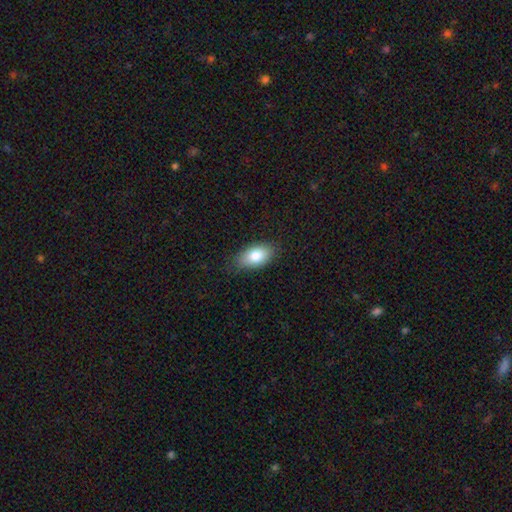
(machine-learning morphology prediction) A smooth galaxy with no disk features (82%) that is in between round and cigar-shaped (92%).

Vote fractions:
- Smooth or featured? smooth: 82% / featured or disk: 11% / star or artifact: 7%
- How rounded? in between: 92% / round: 5% / cigar-shaped: 3%
- Merging? none: 81% / minor disturbance: 15% / major disturbance: 3% / merger: 1%